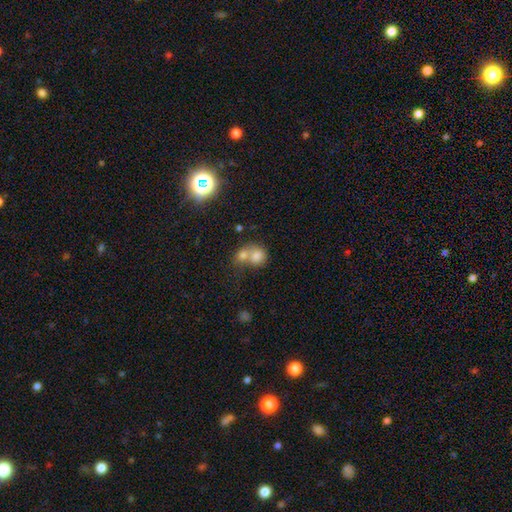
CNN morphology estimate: A smooth galaxy with no disk features (76%) that is round (64%). Merging: merger (65%).